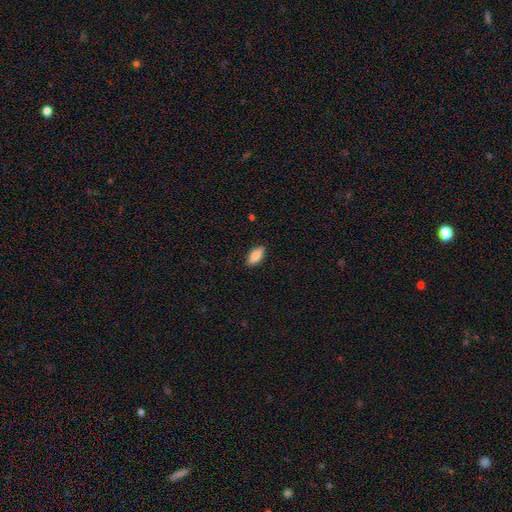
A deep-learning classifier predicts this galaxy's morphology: A smooth galaxy with no disk features (83%) that is in between round and cigar-shaped (85%). Merging: none (87%).